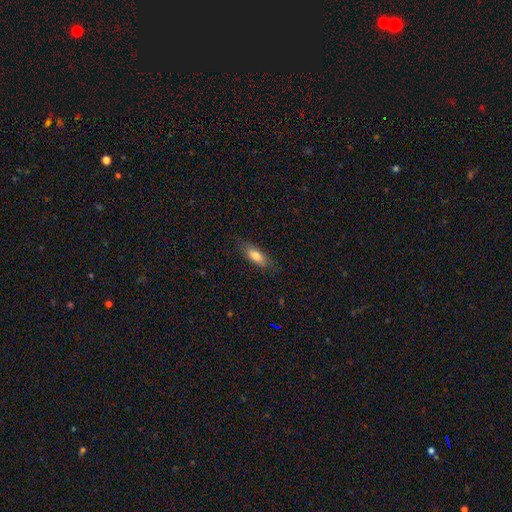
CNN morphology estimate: Smooth or featured: smooth — 74% (featured or disk — 20%)
How rounded: in between — 66% (cigar-shaped — 31%)
Merging: none — 79% (minor disturbance — 16%)